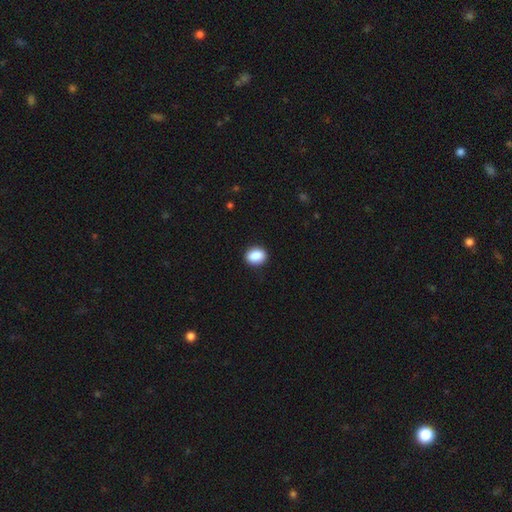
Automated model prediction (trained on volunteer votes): This appears to be a smooth galaxy with no disk features (88%) that is in between round and cigar-shaped (62%). Merging: none (90%).